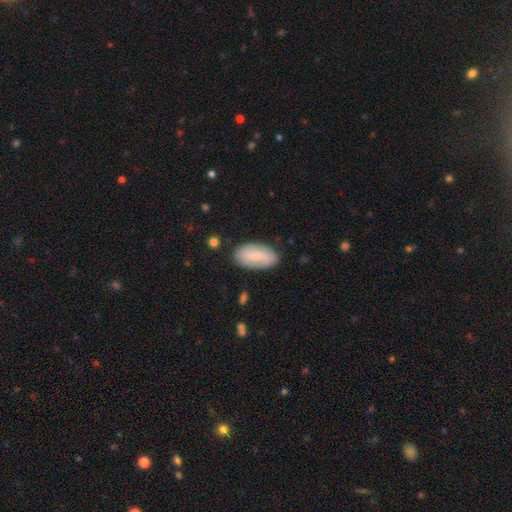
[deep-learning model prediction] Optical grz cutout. It shows a smooth galaxy with no disk features (56%) that is in between round and cigar-shaped (93%). Merging: none (84%).